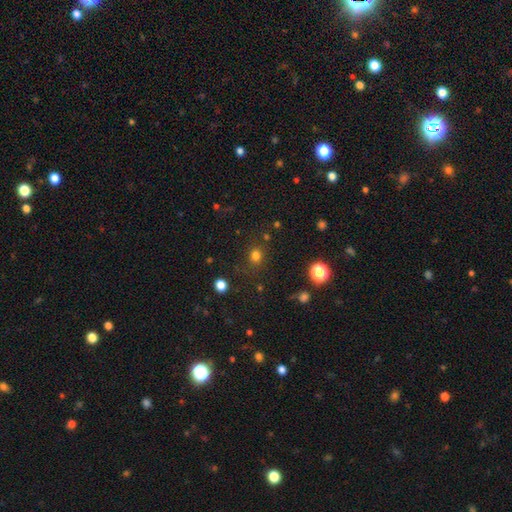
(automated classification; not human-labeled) Smooth or featured? Predicted: smooth (p=0.76). How rounded? Predicted: round (p=0.76). Merging? Predicted: none (p=0.79).